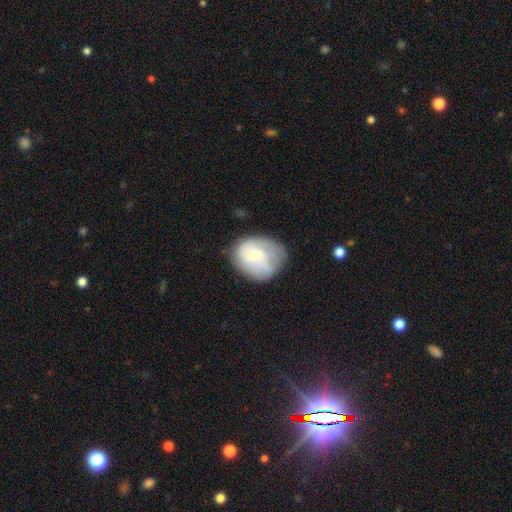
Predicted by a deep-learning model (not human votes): This is possibly a featured or disk galaxy (49%). Merging: possibly none (54%).